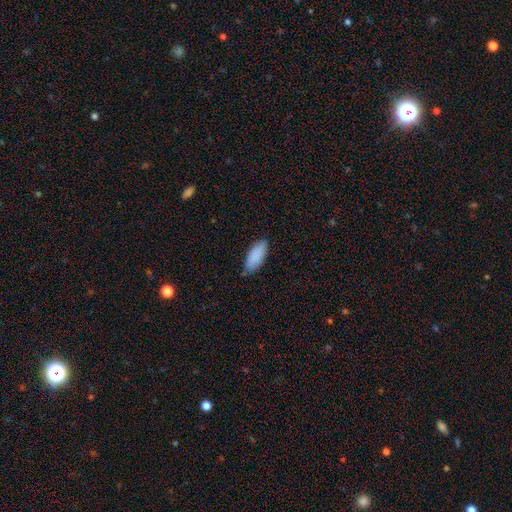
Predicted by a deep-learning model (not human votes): smooth_or_featured: smooth (p=0.88) [alt: featured or disk p=0.06]
how_rounded: in between (p=0.83) [alt: cigar-shaped p=0.15]
merging: none (p=0.75) [alt: minor disturbance p=0.20]